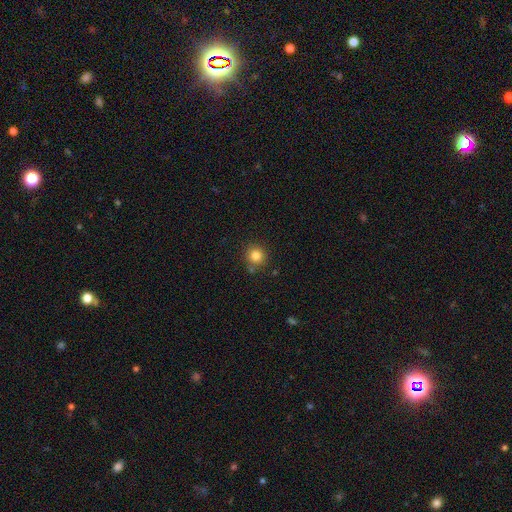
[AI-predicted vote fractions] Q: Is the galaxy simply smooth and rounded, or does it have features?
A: smooth — 83%.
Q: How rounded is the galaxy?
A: round — 93%.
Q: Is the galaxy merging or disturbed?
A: none — 84%.